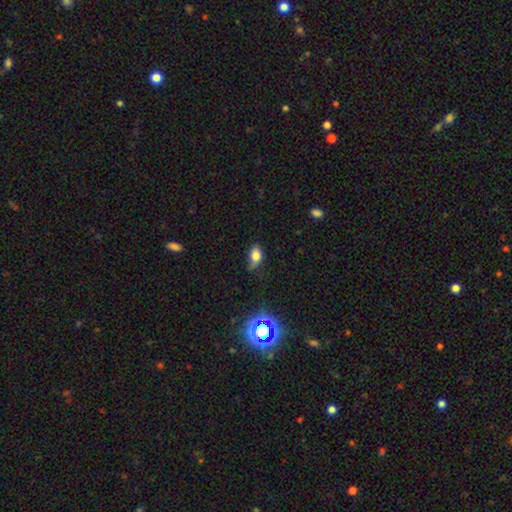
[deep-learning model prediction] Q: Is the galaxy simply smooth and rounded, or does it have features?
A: smooth — 74%.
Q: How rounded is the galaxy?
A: in between — 84%.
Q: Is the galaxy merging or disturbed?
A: none — 44%.